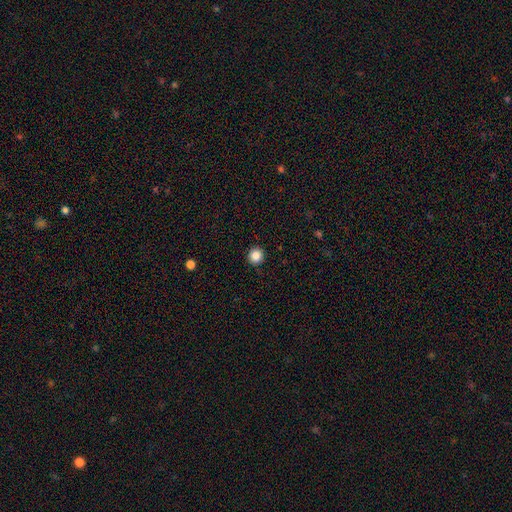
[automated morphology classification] Smooth or featured? smooth (86%)
How rounded? round (95%)
Merging? none (92%)